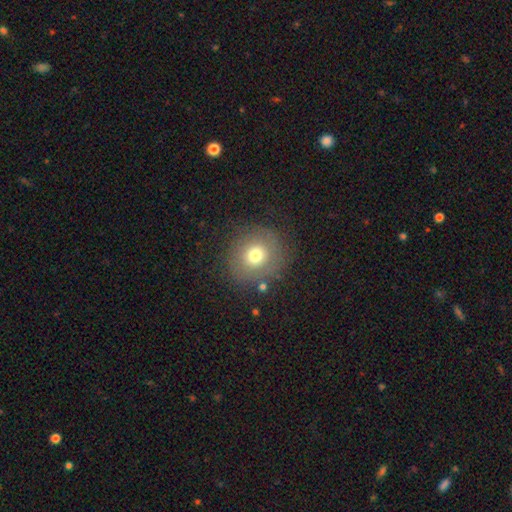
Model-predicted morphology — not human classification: smooth-or-featured: smooth: 68% | featured or disk: 19% | star or artifact: 13%
  how-rounded: round: 88% | in between: 11% | cigar-shaped: 1%
  merging: none: 81% | minor disturbance: 11% | major disturbance: 5% | merger: 2%